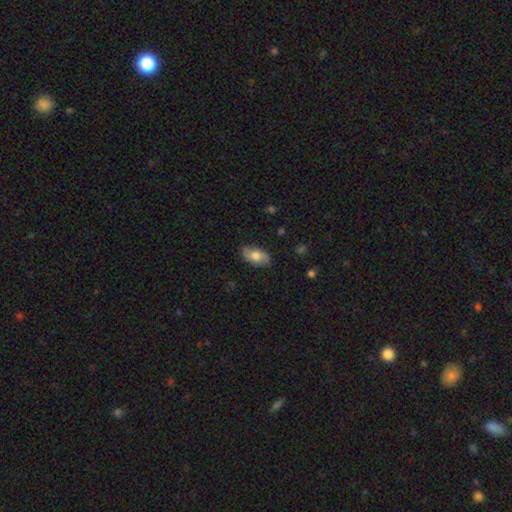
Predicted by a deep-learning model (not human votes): Smooth or featured? Predicted: smooth (p=0.61). How rounded? Predicted: in between (p=0.92). Merging? Predicted: none (p=0.81).